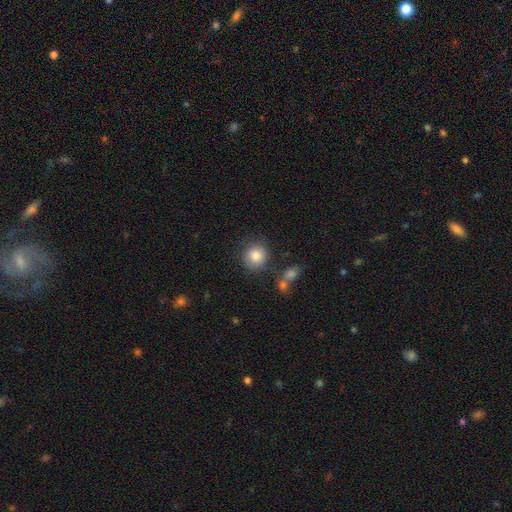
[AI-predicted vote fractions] The model was most divided on "merging": none: 79%, minor disturbance: 12%, merger: 5%, major disturbance: 4%. More confident: how rounded — round (86%); smooth or featured — smooth (84%).